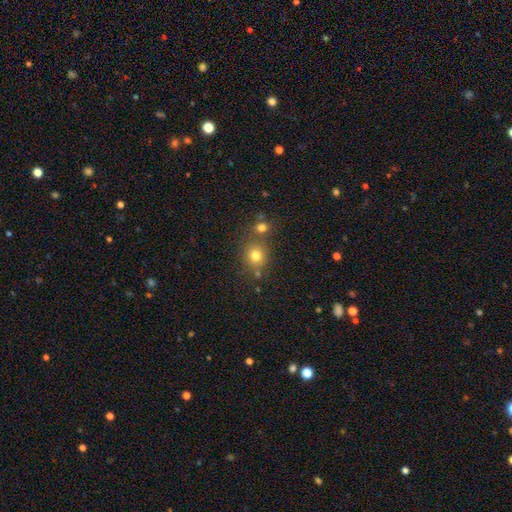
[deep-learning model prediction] smooth 76%, star or artifact 16%, featured or disk 9%. Down the decision tree: how rounded — round (82%); merging — none (67%).